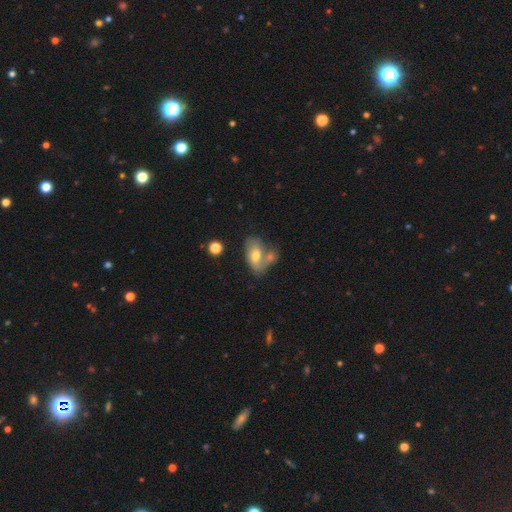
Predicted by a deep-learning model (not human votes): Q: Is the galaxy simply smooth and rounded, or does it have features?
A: smooth — 58%.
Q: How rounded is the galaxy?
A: in between — 88%.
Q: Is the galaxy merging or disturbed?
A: merger — 45%.